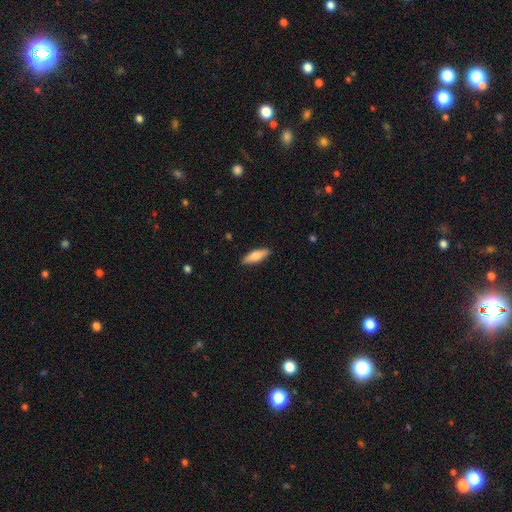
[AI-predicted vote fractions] Smooth or featured? smooth (73%)
How rounded? in between (51%)
Merging? none (88%)